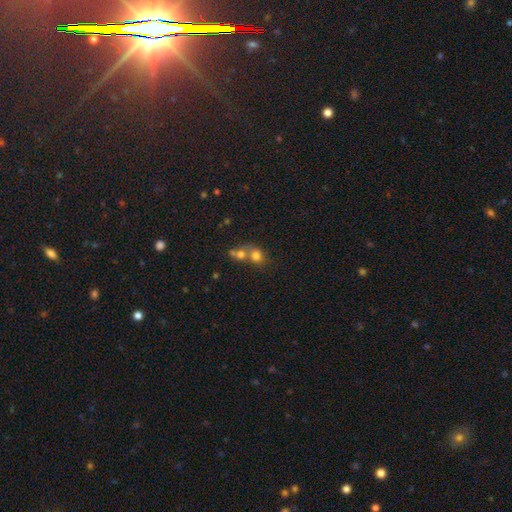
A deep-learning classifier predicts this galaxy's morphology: The model was most divided on "merging": merger: 62%, none: 28%, minor disturbance: 7%, major disturbance: 4%. More confident: smooth or featured — smooth (72%); how rounded — round (69%).